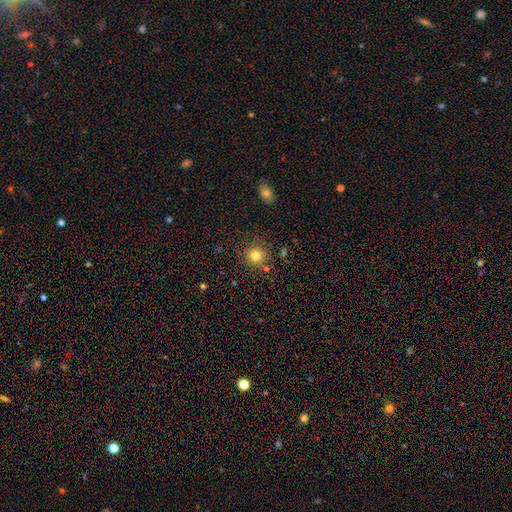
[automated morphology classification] A smooth galaxy with no disk features (80%) that is round (92%).

Vote fractions:
- Smooth or featured? smooth: 80% / star or artifact: 13% / featured or disk: 7%
- How rounded? round: 92% / in between: 7% / cigar-shaped: 1%
- Merging? none: 83% / minor disturbance: 9% / merger: 4% / major disturbance: 3%